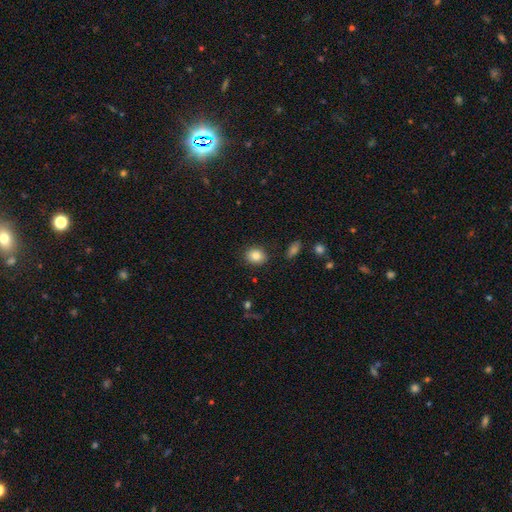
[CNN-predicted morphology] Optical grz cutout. It shows a smooth galaxy with no disk features (84%) that is round (59%). Merging: none (86%).